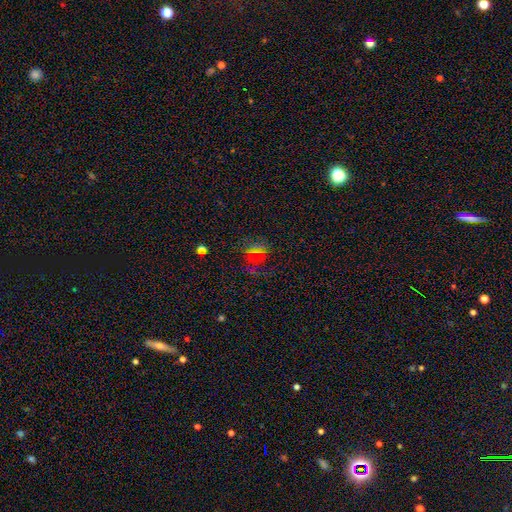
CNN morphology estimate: star or artifact 46%, smooth 40%, featured or disk 14%.